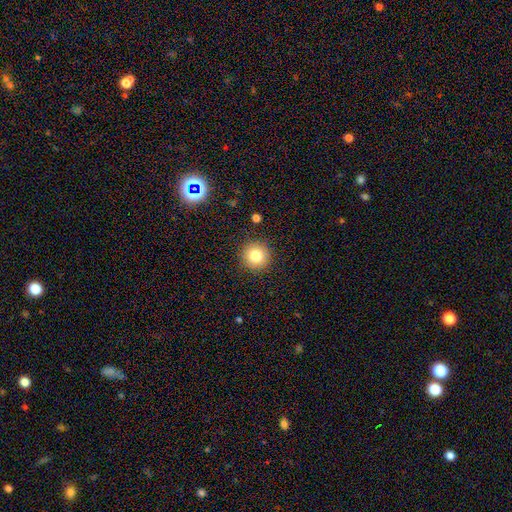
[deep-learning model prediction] Smooth or featured: smooth — 80% (star or artifact — 11%)
How rounded: round — 95% (in between — 4%)
Merging: none — 90% (minor disturbance — 6%)